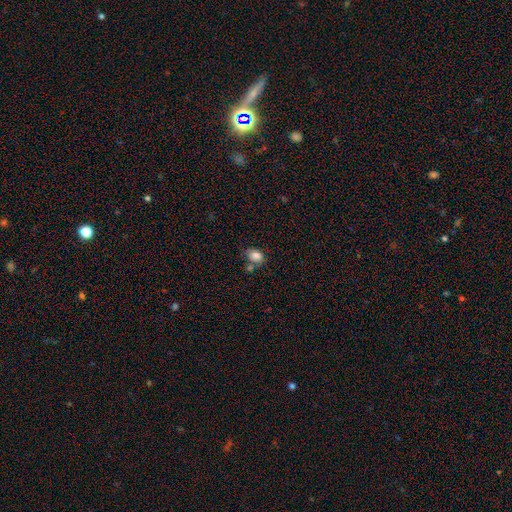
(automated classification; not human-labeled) The model was most divided on "merging": none: 55%, merger: 20%, minor disturbance: 19%, major disturbance: 6%. More confident: smooth or featured — smooth (83%); how rounded — in between (73%).